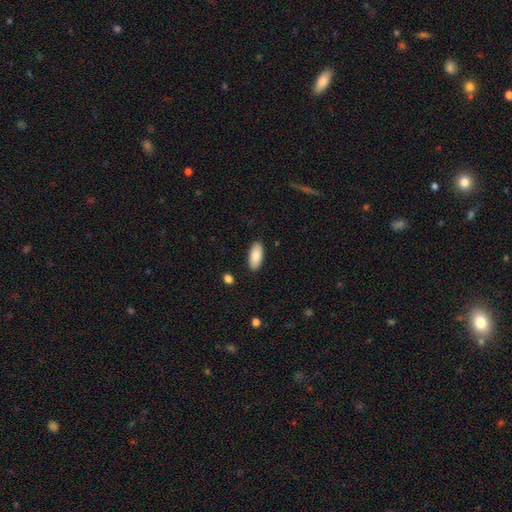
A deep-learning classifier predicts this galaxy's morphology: This is clearly a smooth galaxy (87%). How rounded: clearly in between (88%). Merging: clearly none (89%).